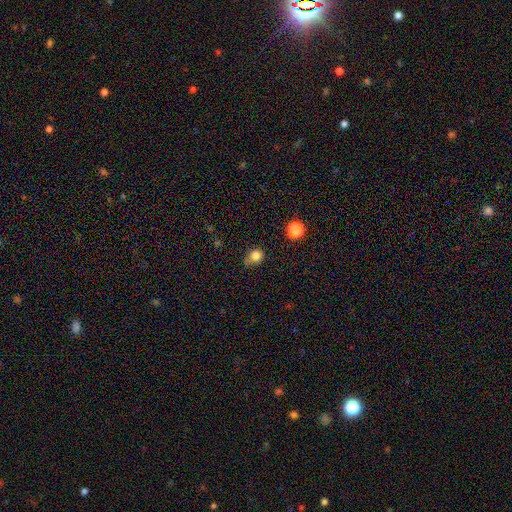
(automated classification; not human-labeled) smooth_or_featured: smooth (p=0.82) [alt: star or artifact p=0.13]
how_rounded: round (p=0.80) [alt: in between p=0.19]
merging: none (p=0.59) [alt: minor disturbance p=0.29]